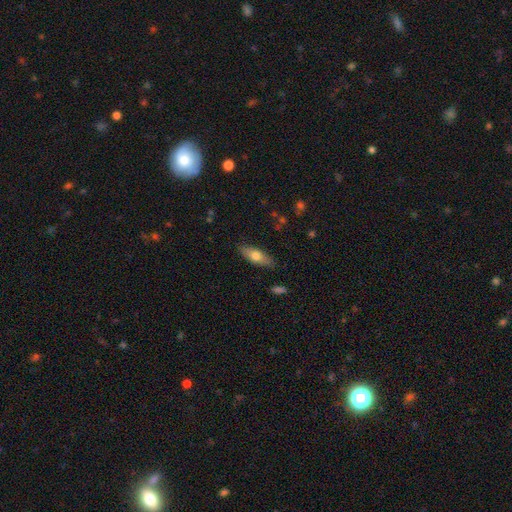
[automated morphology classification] This is likely a smooth galaxy (66%). How rounded: likely in between (64%). Merging: clearly none (85%).